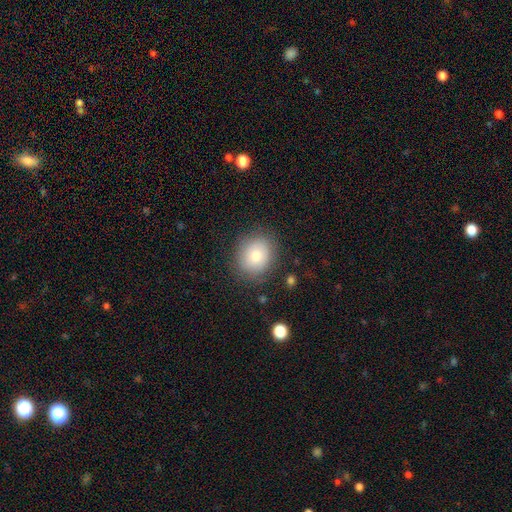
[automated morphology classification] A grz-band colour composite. It shows a smooth galaxy with no disk features (74%) that is round (70%). Merging: none (83%).